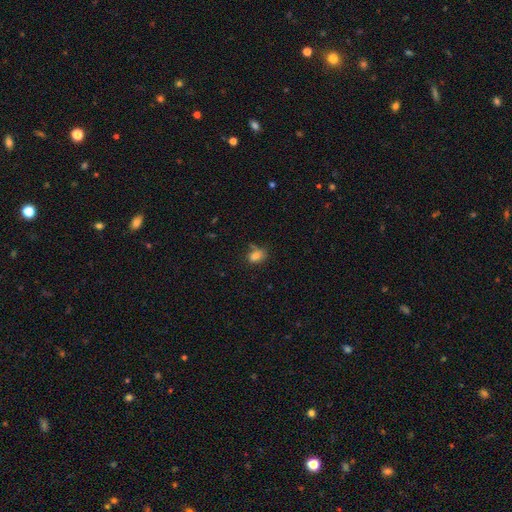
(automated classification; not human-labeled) The model was most divided on "merging": none: 54%, minor disturbance: 25%, major disturbance: 10%, merger: 10%. More confident: smooth or featured — smooth (80%); how rounded — in between (73%).